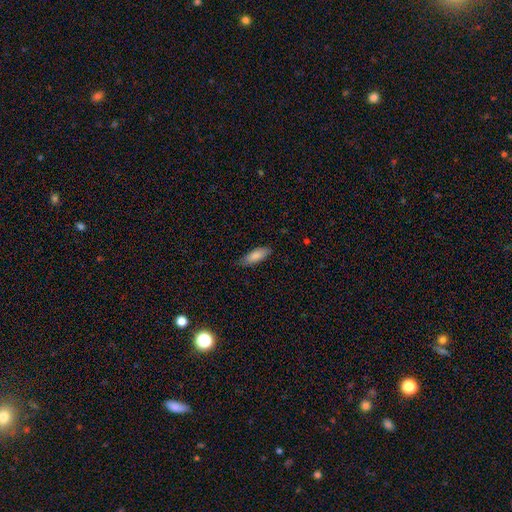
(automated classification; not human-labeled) Smooth or featured?
  - smooth: 84% *
  - featured or disk: 9%
  - star or artifact: 6%
How rounded?
  - in between: 64% *
  - cigar-shaped: 35%
  - round: 2%
Merging?
  - none: 79% *
  - minor disturbance: 17%
  - major disturbance: 3%
  - merger: 1%